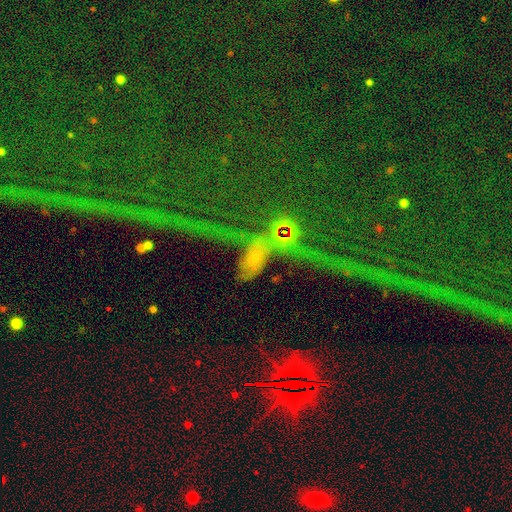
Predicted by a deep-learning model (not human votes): Smooth or featured? star or artifact (45%)